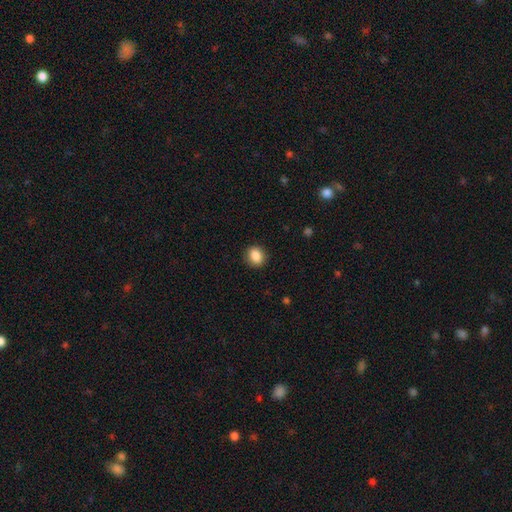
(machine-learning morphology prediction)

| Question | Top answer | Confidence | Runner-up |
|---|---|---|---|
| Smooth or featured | smooth | 87% | star or artifact (9%) |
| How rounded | round | 63% | in between (36%) |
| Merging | none | 89% | minor disturbance (7%) |